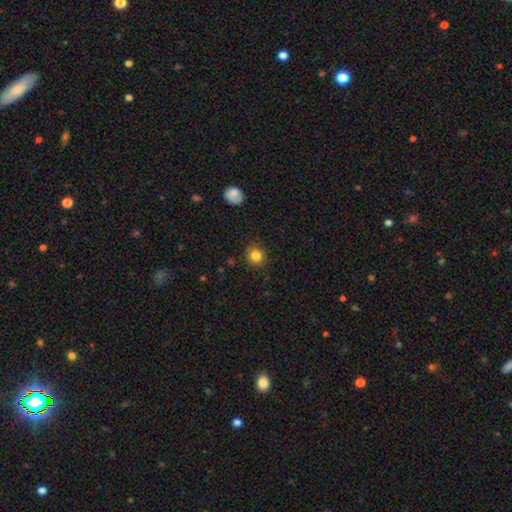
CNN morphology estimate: smooth_or_featured: smooth (p=0.84) [alt: star or artifact p=0.11]
how_rounded: round (p=0.90) [alt: in between p=0.09]
merging: none (p=0.90) [alt: minor disturbance p=0.07]